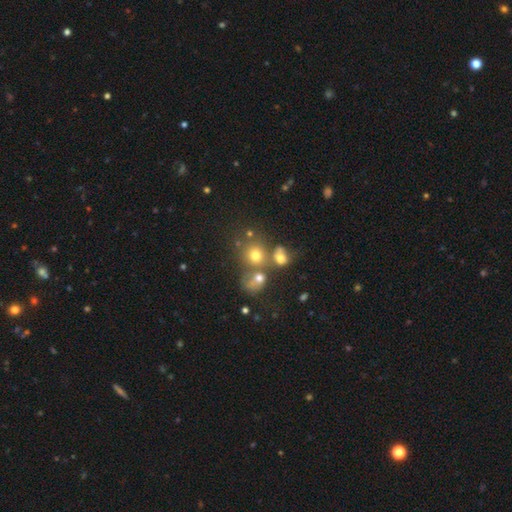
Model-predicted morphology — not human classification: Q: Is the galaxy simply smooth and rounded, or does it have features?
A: smooth — 65%.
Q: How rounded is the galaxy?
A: round — 75%.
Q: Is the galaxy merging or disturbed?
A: none — 46%.